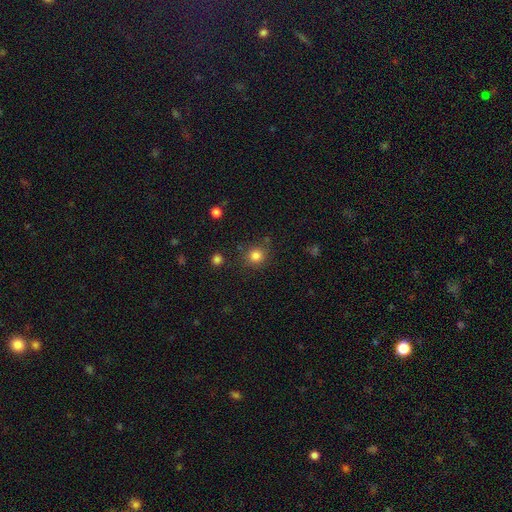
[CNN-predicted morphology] Smooth or featured: smooth — 83% (star or artifact — 12%)
How rounded: round — 89% (in between — 10%)
Merging: none — 83% (minor disturbance — 10%)